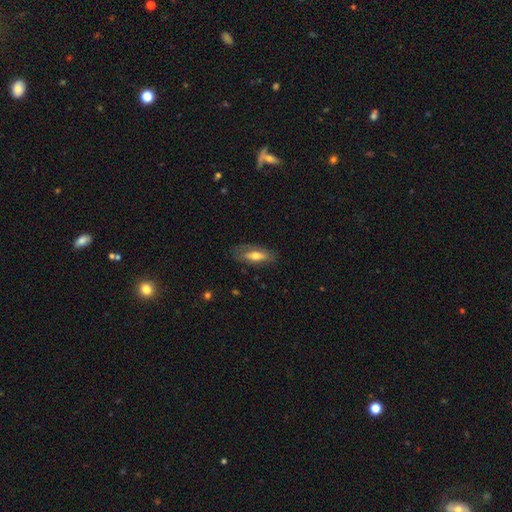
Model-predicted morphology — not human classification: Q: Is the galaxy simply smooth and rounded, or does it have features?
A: smooth — 52%.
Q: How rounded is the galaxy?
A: in between — 69%.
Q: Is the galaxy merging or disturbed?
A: none — 74%.